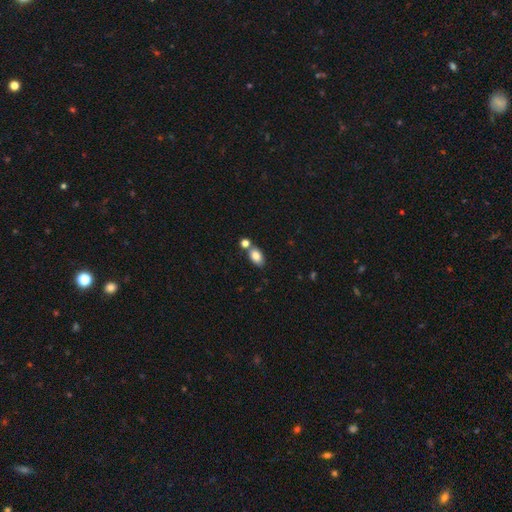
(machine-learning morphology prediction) smooth_or_featured: smooth (p=0.83) [alt: featured or disk p=0.09]
how_rounded: in between (p=0.88) [alt: round p=0.10]
merging: none (p=0.63) [alt: merger p=0.22]